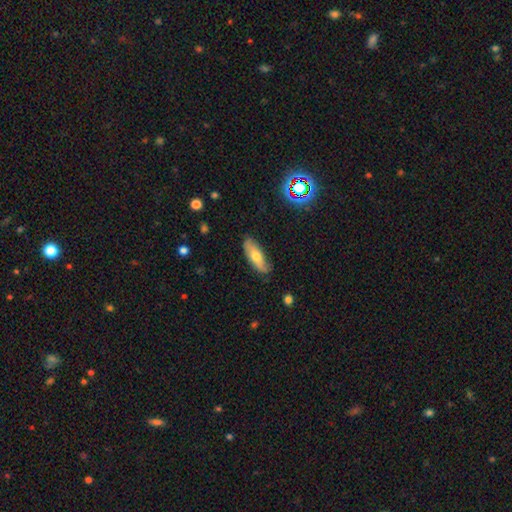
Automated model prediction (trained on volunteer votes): Smooth or featured?
  - smooth: 59% *
  - featured or disk: 35%
  - star or artifact: 7%
How rounded?
  - in between: 60% *
  - cigar-shaped: 38%
  - round: 3%
Merging?
  - none: 78% *
  - minor disturbance: 17%
  - major disturbance: 3%
  - merger: 1%